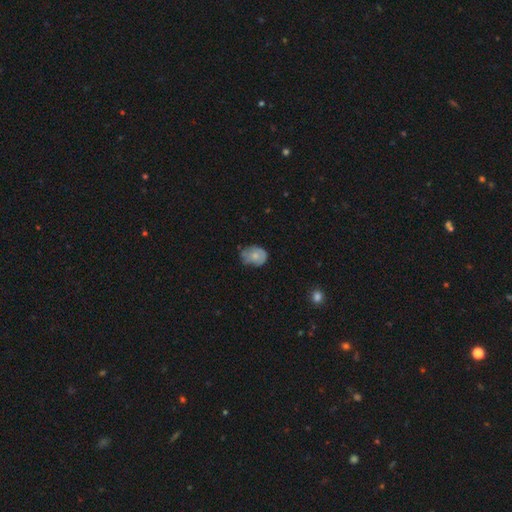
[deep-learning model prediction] The model was most divided on "merging": none: 48%, minor disturbance: 39%, major disturbance: 11%, merger: 2%. More confident: smooth or featured — smooth (63%); how rounded — in between (59%).